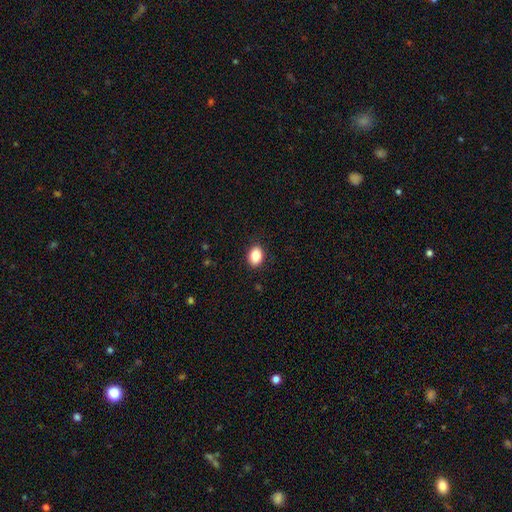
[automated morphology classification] The model was most divided on "how rounded": in between: 73%, round: 26%, cigar-shaped: 1%. More confident: merging — none (89%); smooth or featured — smooth (87%).